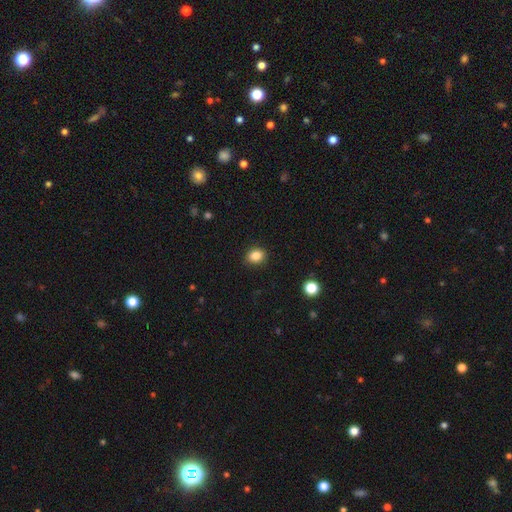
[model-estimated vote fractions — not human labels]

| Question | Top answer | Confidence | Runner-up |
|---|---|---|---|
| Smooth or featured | smooth | 85% | star or artifact (10%) |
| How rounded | round | 52% | in between (47%) |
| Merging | none | 90% | minor disturbance (7%) |